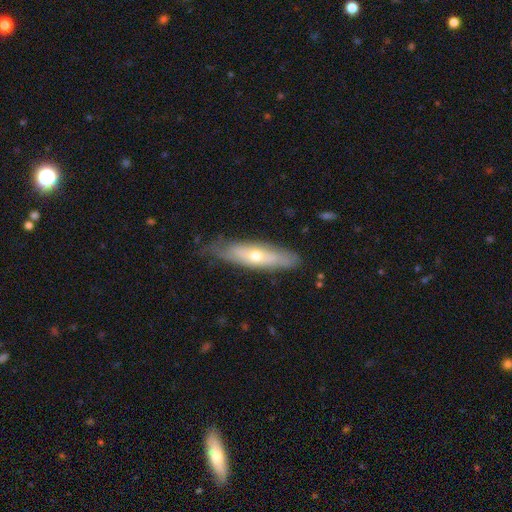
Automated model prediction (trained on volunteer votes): A featured or disk galaxy (52%) viewed edge-on (54%).

Vote fractions:
- Smooth or featured? featured or disk: 52% / smooth: 42% / star or artifact: 6%
- Edge-on disk? yes: 54% / no: 46%
- Merging? none: 75% / minor disturbance: 20% / major disturbance: 4% / merger: 1%